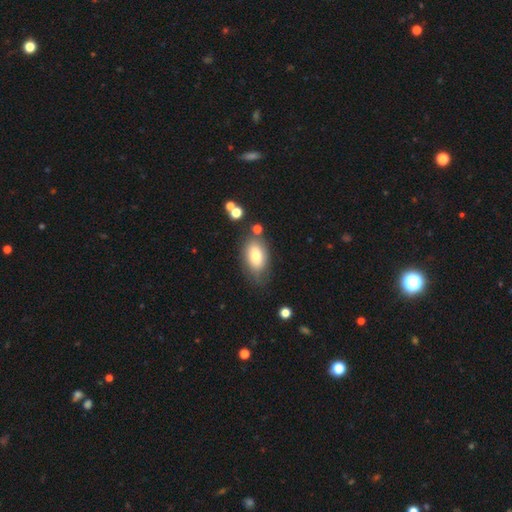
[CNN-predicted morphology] type=smooth (76%); roundness=in between (90%); merging=none (66%).